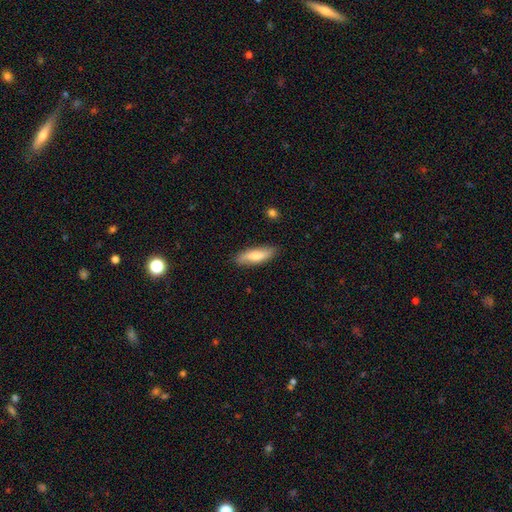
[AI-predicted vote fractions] Smooth or featured? Predicted: smooth (p=0.69). How rounded? Predicted: cigar-shaped (p=0.51). Merging? Predicted: none (p=0.84).